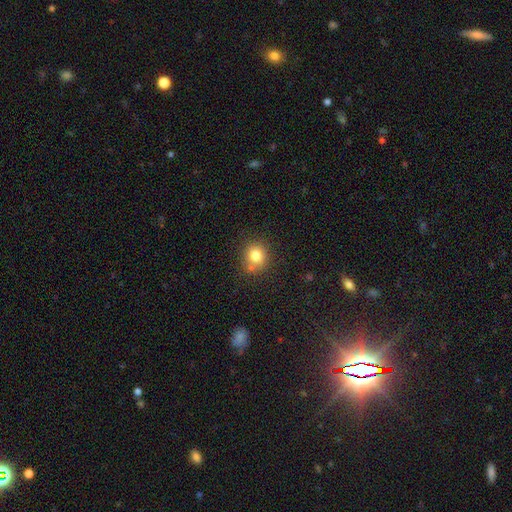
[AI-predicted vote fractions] Morphology: type=smooth (81%); roundness=round (83%); merging=none (71%).